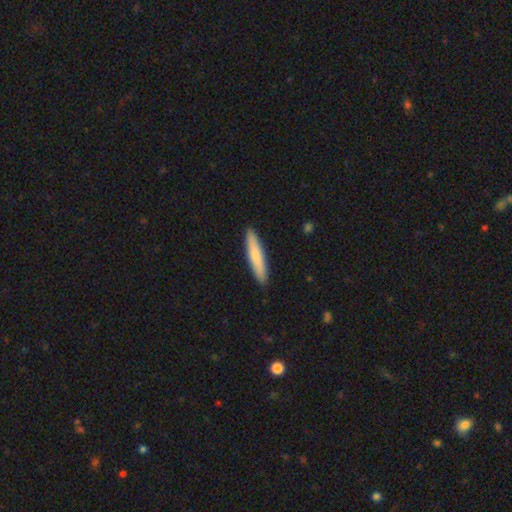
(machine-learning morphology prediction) This is likely a smooth galaxy (76%). How rounded: clearly cigar-shaped (90%). Merging: clearly none (91%).